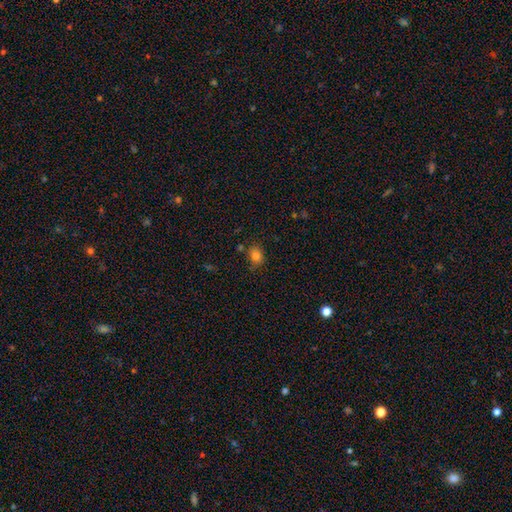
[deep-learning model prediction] smooth 82%, star or artifact 13%, featured or disk 6%. Down the decision tree: how rounded — in between (50%); merging — none (74%).